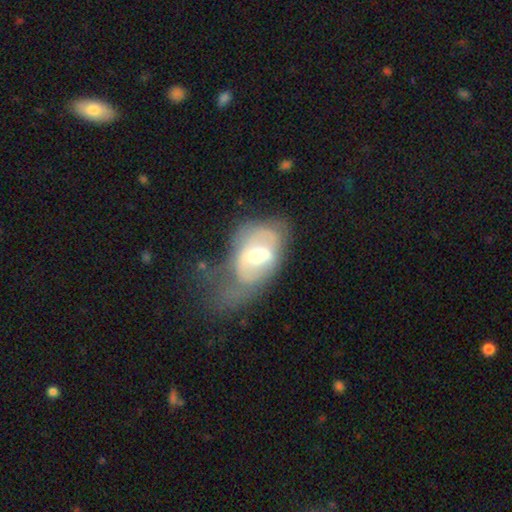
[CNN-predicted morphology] This appears to be a featured or disk galaxy (65%) with a weak bar (44%), no spiral arms (51%) and a moderate central bulge (58%). Merging: major disturbance (41%).